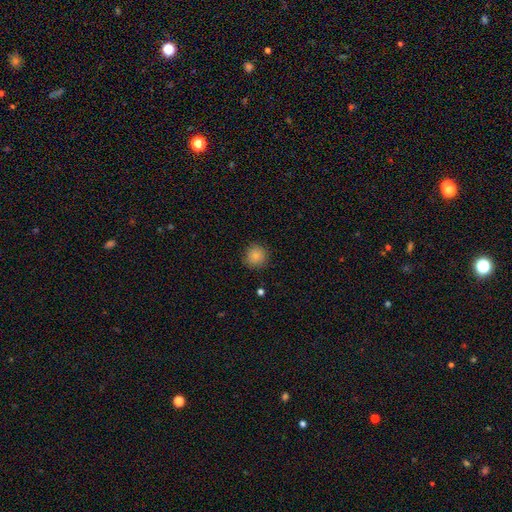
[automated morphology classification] This appears to be a smooth galaxy with no disk features (83%) that is round (94%). Merging: none (88%).